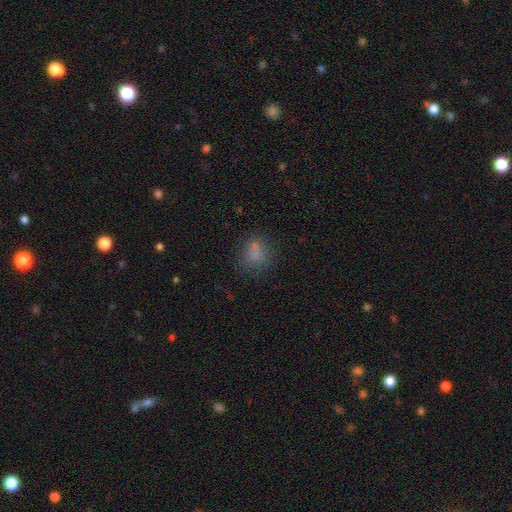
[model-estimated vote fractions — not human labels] Morphology: type=smooth (73%); roundness=round (61%); merging=none (62%).